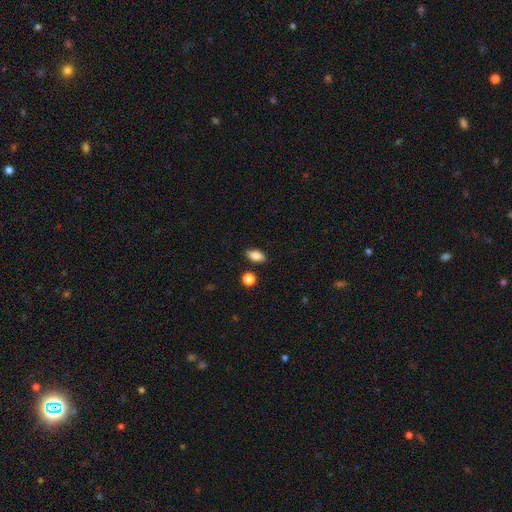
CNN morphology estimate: smooth_or_featured: smooth (p=0.85) [alt: star or artifact p=0.09]
how_rounded: in between (p=0.89) [alt: round p=0.06]
merging: none (p=0.86) [alt: minor disturbance p=0.09]